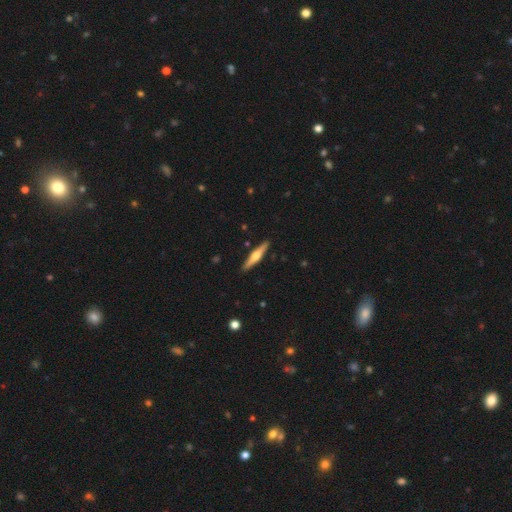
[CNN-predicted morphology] Smooth or featured? featured or disk (67%)
Edge-on disk? yes (97%)
Edge-on bulge? rounded (92%)
Merging? none (91%)